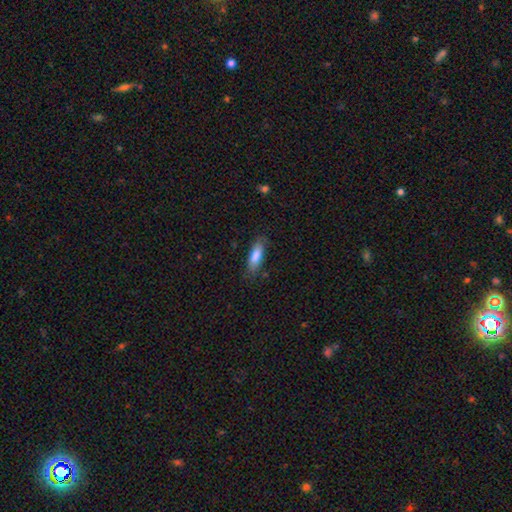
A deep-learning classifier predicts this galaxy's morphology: This appears to be a smooth galaxy with no disk features (82%) that is in between round and cigar-shaped (55%). Merging: none (78%).